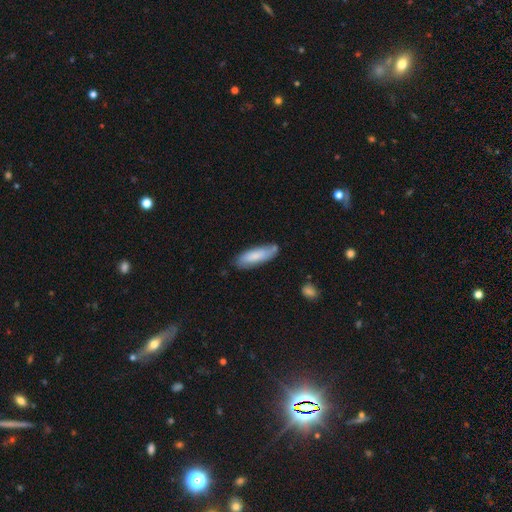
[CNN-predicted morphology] type=smooth (77%); roundness=cigar-shaped (51%); merging=none (70%).